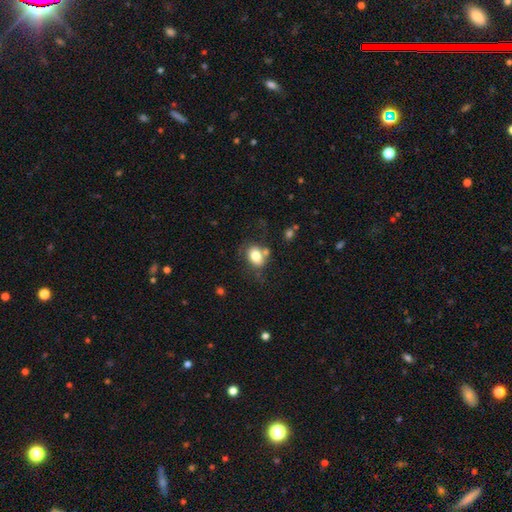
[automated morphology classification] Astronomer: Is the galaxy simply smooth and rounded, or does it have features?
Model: smooth — 78%.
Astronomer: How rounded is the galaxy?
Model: in between — 66%.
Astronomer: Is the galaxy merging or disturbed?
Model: none — 54%.